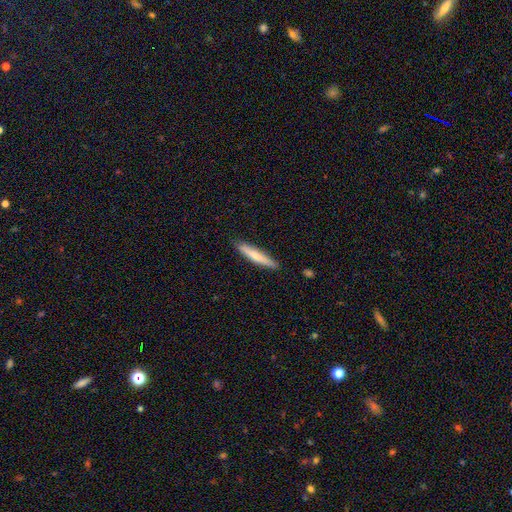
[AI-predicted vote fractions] This is likely a smooth galaxy (67%). How rounded: clearly cigar-shaped (93%). Merging: clearly none (89%).